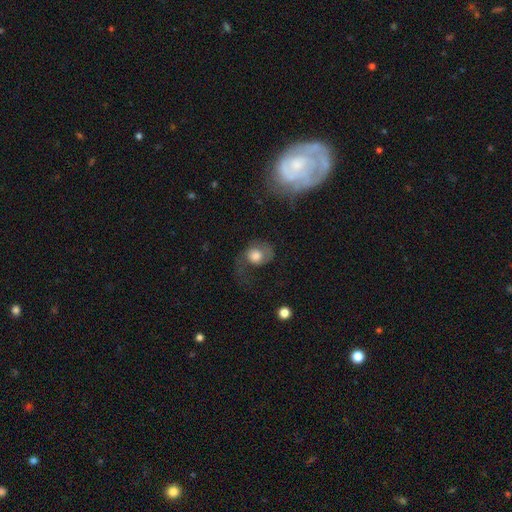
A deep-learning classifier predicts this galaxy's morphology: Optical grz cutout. It shows a smooth galaxy with no disk features (57%) that is round (59%). Merging: major disturbance (55%).